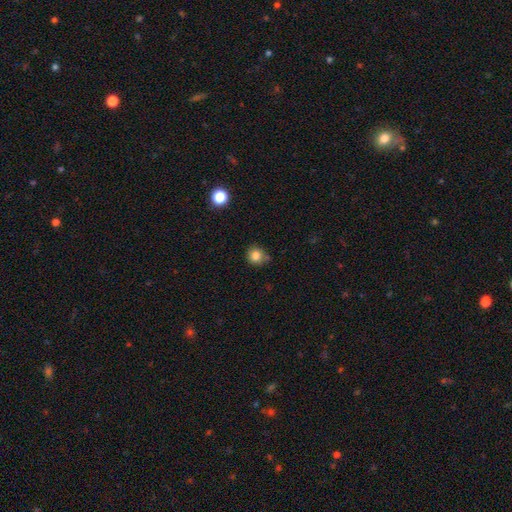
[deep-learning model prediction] smooth-or-featured: smooth: 82% | star or artifact: 12% | featured or disk: 7%
  how-rounded: round: 88% | in between: 11% | cigar-shaped: 1%
  merging: none: 72% | minor disturbance: 20% | merger: 5% | major disturbance: 4%